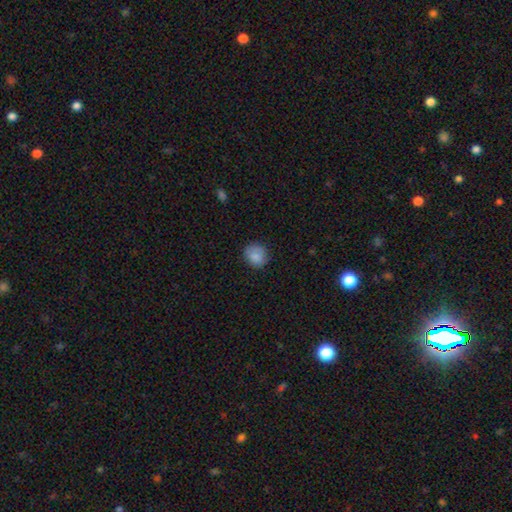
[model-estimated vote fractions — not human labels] smooth 85%, star or artifact 8%, featured or disk 6%. Down the decision tree: how rounded — round (72%); merging — none (78%).